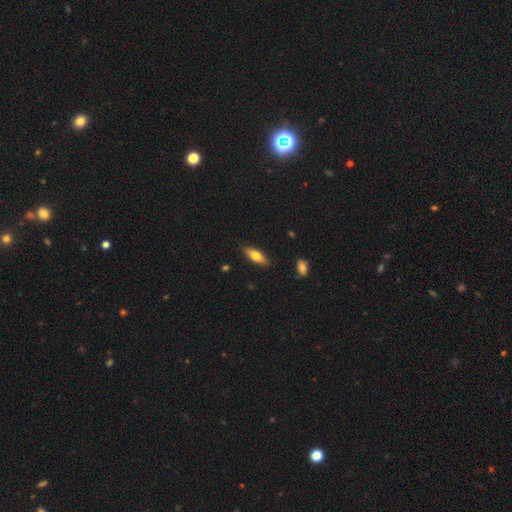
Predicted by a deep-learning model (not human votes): Smooth or featured?
  - smooth: 65% *
  - featured or disk: 29%
  - star or artifact: 6%
How rounded?
  - in between: 57% *
  - cigar-shaped: 41%
  - round: 2%
Merging?
  - none: 87% *
  - minor disturbance: 10%
  - major disturbance: 2%
  - merger: 1%